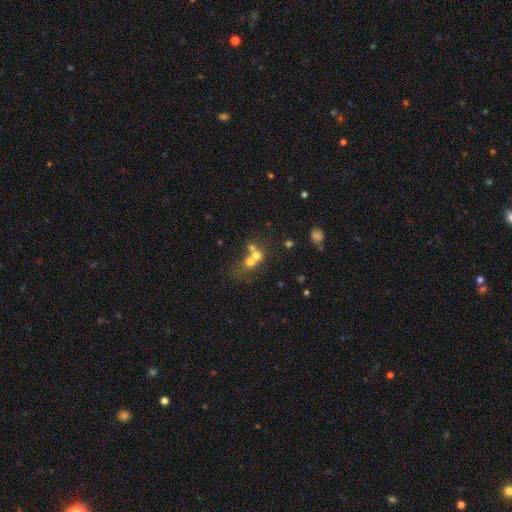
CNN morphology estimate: The model was most divided on "smooth or featured": smooth: 57%, featured or disk: 26%, star or artifact: 16%. More confident: how rounded — round (70%); merging — merger (63%).